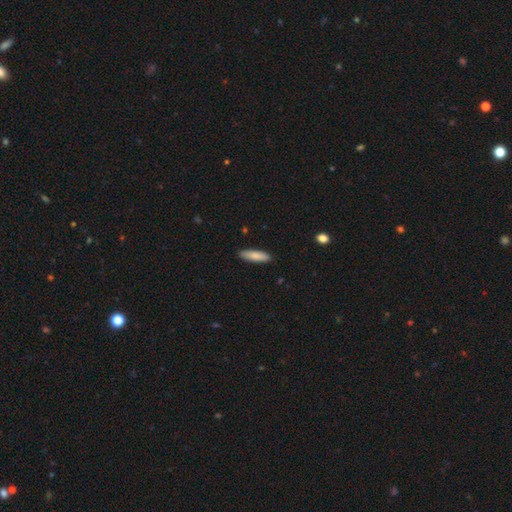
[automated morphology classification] smooth 83%, featured or disk 11%, star or artifact 6%. Down the decision tree: how rounded — cigar-shaped (63%); merging — none (89%).